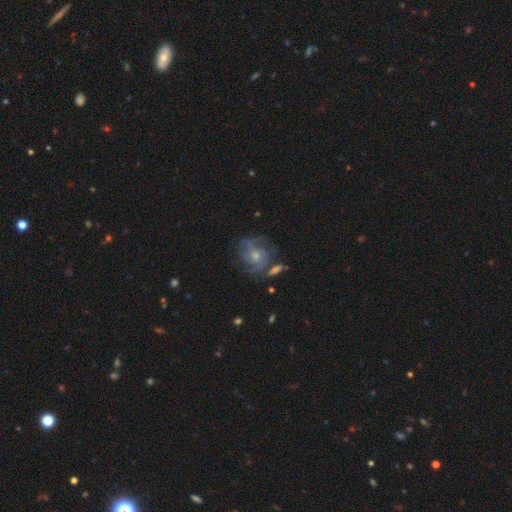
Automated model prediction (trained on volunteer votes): A featured or disk galaxy (70%) with no bar (70%), tight (49%) spiral arms (87%) and a moderate central bulge (50%). Merging: none (66%).